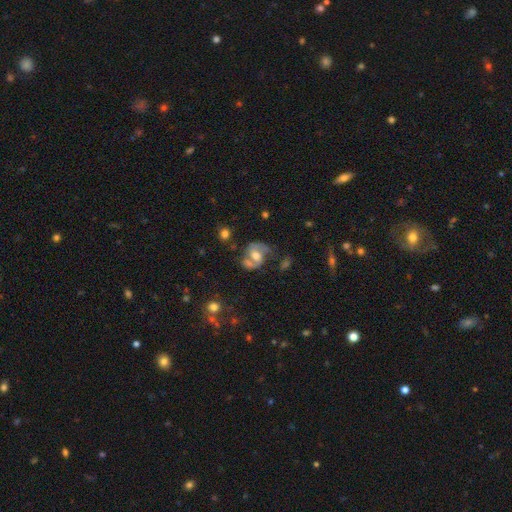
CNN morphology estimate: This appears to be a featured or disk galaxy (74%) with a weak bar (41%, tied with no), 2 (86%) medium (51%) spiral arms (87%) and a moderate central bulge (68%). Merging: none (53%).